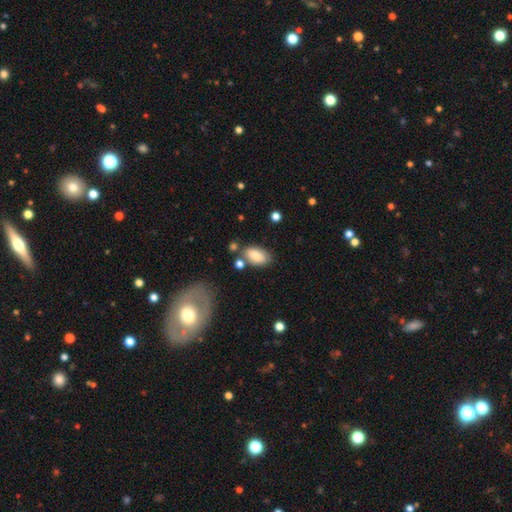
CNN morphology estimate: This is clearly a smooth galaxy (82%). How rounded: clearly in between (92%). Merging: likely none (67%).